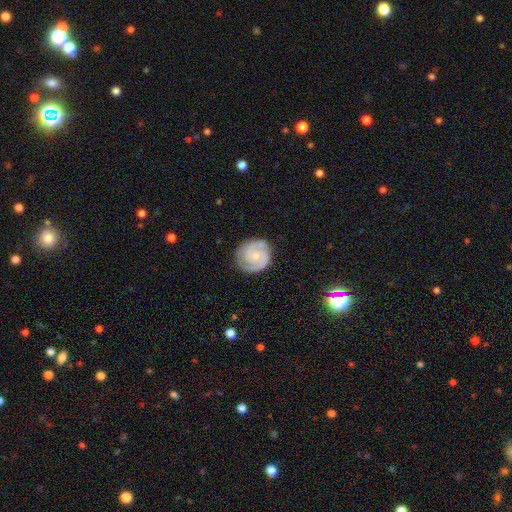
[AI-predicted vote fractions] Morphology: type=featured or disk (79%); edge-on=no (98%); bar=no (67%); spiral arms=yes (96%); winding=tight (56%); arm count=2 (77%); bulge=small (69%); merging=none (82%).